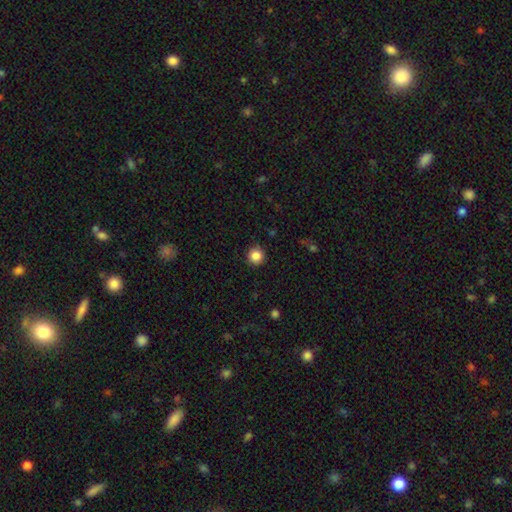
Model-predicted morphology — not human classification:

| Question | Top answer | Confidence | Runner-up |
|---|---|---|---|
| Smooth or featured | smooth | 85% | star or artifact (11%) |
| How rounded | round | 95% | in between (4%) |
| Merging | none | 91% | minor disturbance (6%) |